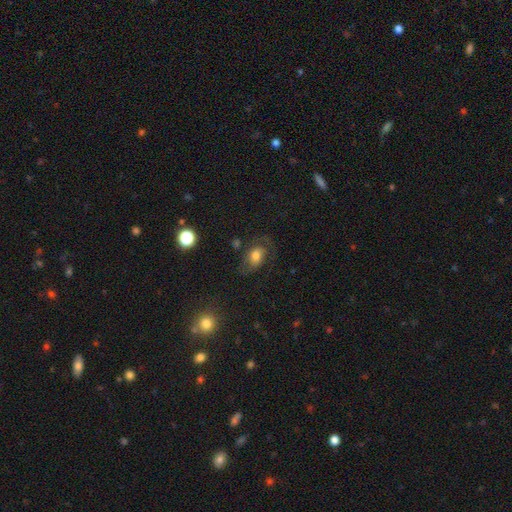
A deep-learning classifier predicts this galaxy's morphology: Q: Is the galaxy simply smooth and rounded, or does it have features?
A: smooth — 52%.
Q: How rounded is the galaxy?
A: in between — 70%.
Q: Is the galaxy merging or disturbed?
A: none — 59%.